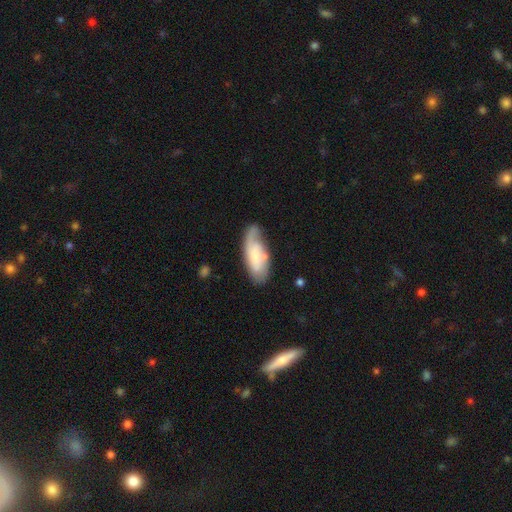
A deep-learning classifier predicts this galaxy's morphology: Overall: smooth (48%; featured or disk 45%). Merging: none (57%; minor disturbance 26%).